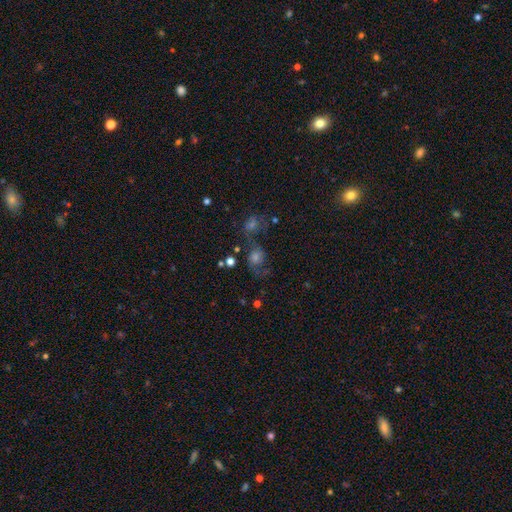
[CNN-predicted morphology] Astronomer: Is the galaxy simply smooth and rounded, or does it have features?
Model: smooth — 40%, tied with star or artifact at 40%.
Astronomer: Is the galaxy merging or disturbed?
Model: none — 50% (runner-up: merger, 28%).